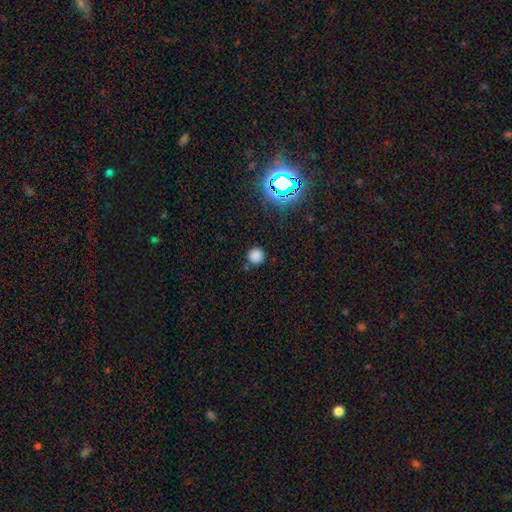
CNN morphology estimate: Smooth or featured?
  - smooth: 79% *
  - star or artifact: 17%
  - featured or disk: 4%
How rounded?
  - round: 95% *
  - in between: 4%
  - cigar-shaped: 1%
Merging?
  - none: 86% *
  - minor disturbance: 8%
  - merger: 4%
  - major disturbance: 3%